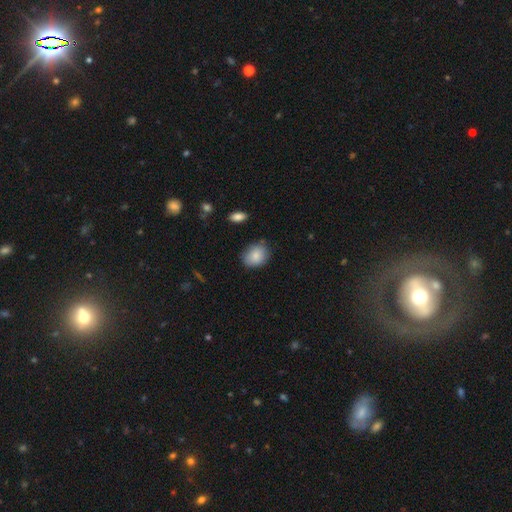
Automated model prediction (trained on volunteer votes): Smooth or featured?
  - smooth: 86% *
  - featured or disk: 7%
  - star or artifact: 7%
How rounded?
  - in between: 59% *
  - round: 40%
  - cigar-shaped: 1%
Merging?
  - none: 77% *
  - minor disturbance: 18%
  - major disturbance: 3%
  - merger: 2%